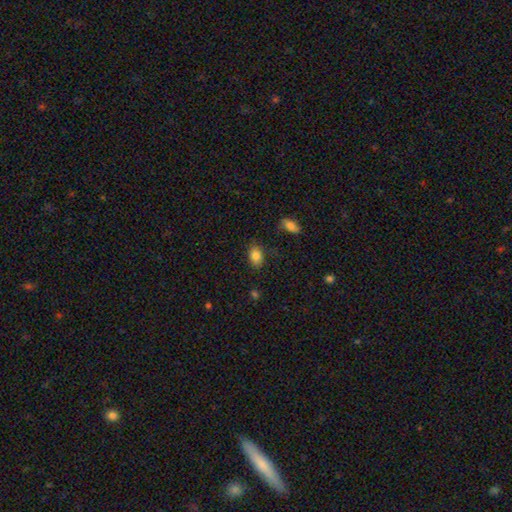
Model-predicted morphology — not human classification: The model was most divided on "merging": none: 80%, minor disturbance: 15%, major disturbance: 3%, merger: 2%. More confident: smooth or featured — smooth (84%); how rounded — in between (82%).